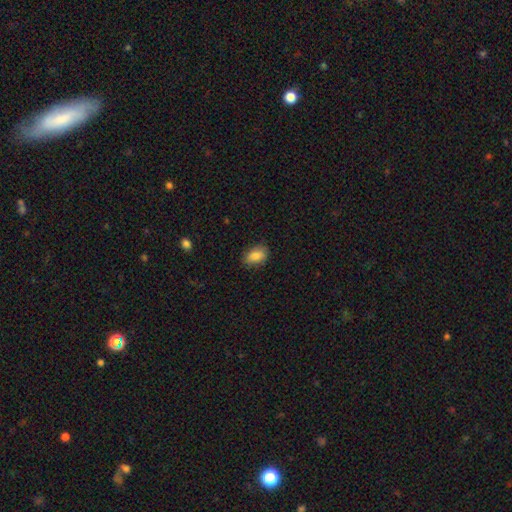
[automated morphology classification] smooth 86%, star or artifact 8%, featured or disk 6%. Down the decision tree: how rounded — in between (88%); merging — none (86%).